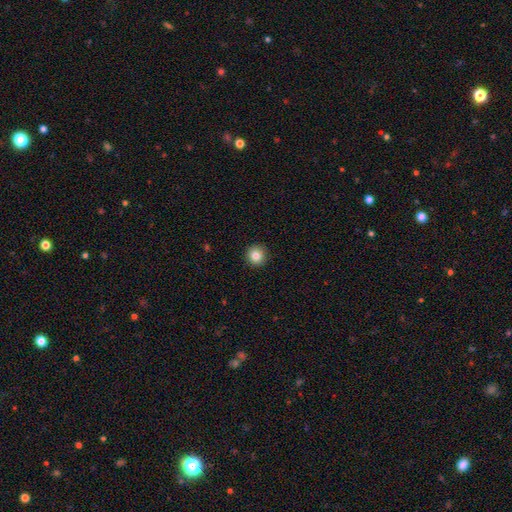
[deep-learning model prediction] This is clearly a smooth galaxy (83%). How rounded: clearly round (94%). Merging: clearly none (92%).